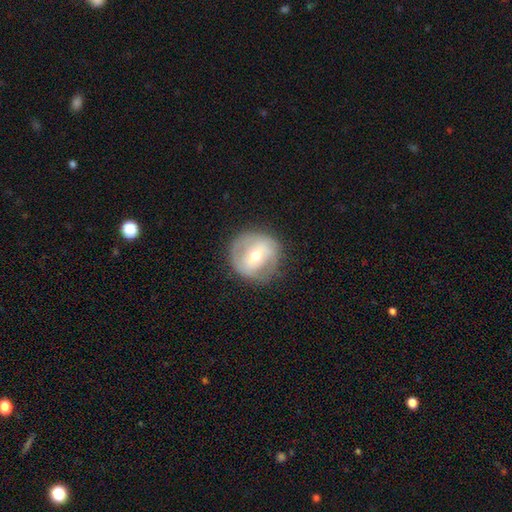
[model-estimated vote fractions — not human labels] Morphology: type=featured or disk (55%); edge-on=no (95%); bar=weak (41%); spiral arms=yes (53%); bulge=moderate (66%); merging=none (78%).